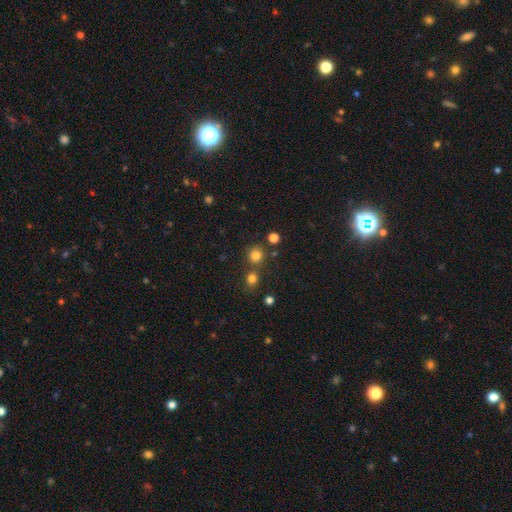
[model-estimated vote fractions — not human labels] Smooth or featured? Predicted: smooth (p=0.78). How rounded? Predicted: round (p=0.90). Merging? Predicted: none (p=0.71).